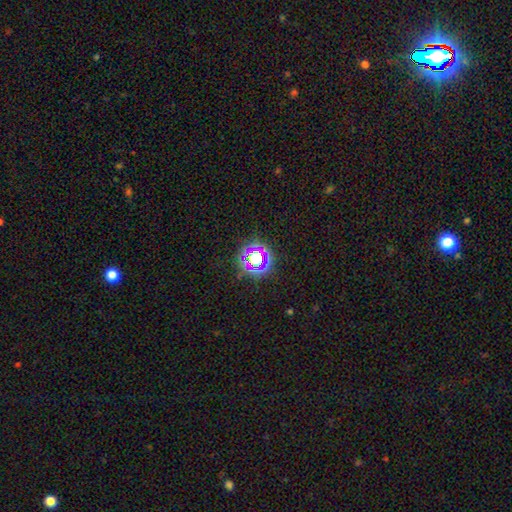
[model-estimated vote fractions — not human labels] Smooth or featured: star or artifact — 61% (smooth — 28%)